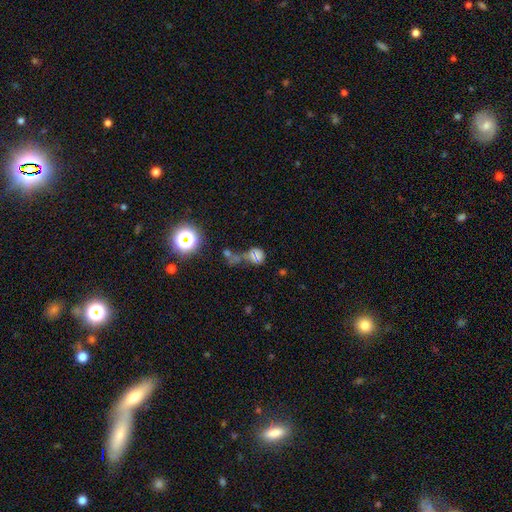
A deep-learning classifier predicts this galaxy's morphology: Smooth or featured? Predicted: smooth (p=0.51). How rounded? Predicted: round (p=0.51). Merging? Predicted: merger (p=0.40).